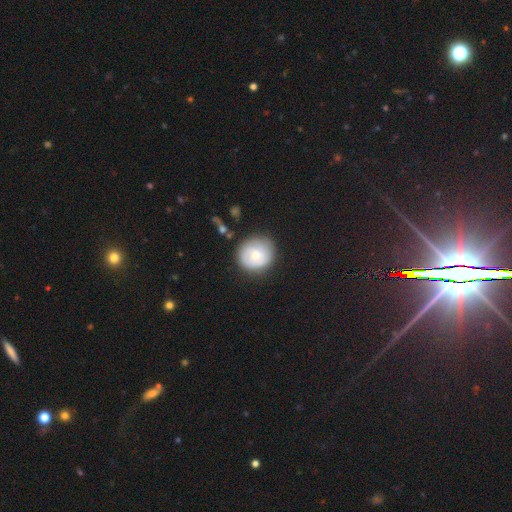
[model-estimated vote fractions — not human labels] Smooth or featured? Predicted: smooth (p=0.63). How rounded? Predicted: round (p=0.88). Merging? Predicted: none (p=0.74).